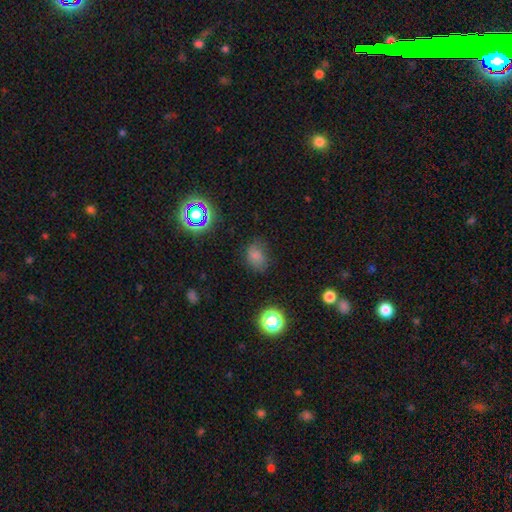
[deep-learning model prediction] This is likely a smooth galaxy (72%). How rounded: likely in between (62%). Merging: likely none (67%).